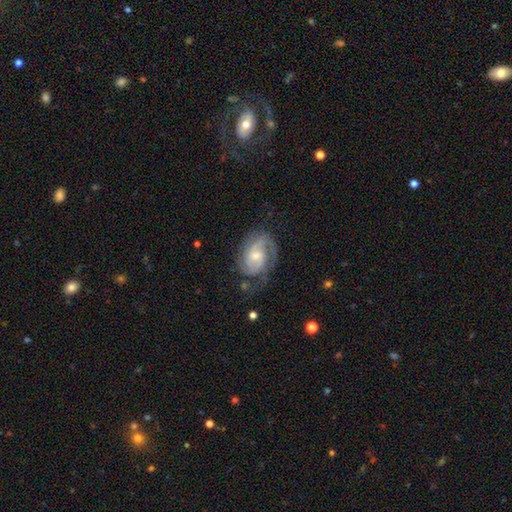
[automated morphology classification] Smooth or featured?
  - featured or disk: 86% *
  - smooth: 9%
  - star or artifact: 5%
Edge-on disk?
  - no: 97% *
  - yes: 3%
Bar?
  - no: 52% *
  - weak: 40%
  - strong: 8%
Spiral arms?
  - yes: 96% *
  - no: 4%
Spiral winding?
  - tight: 48% *
  - medium: 42%
  - loose: 11%
Spiral arm count?
  - 2: 61% *
  - 3: 14%
  - can't tell: 14%
  - 1: 7%
  - 4: 3%
  - more than 4: 2%
Bulge size?
  - small: 53% *
  - moderate: 41%
  - large: 3%
  - none: 2%
  - dominant: 1%
Merging?
  - none: 62% *
  - minor disturbance: 22%
  - major disturbance: 14%
  - merger: 2%